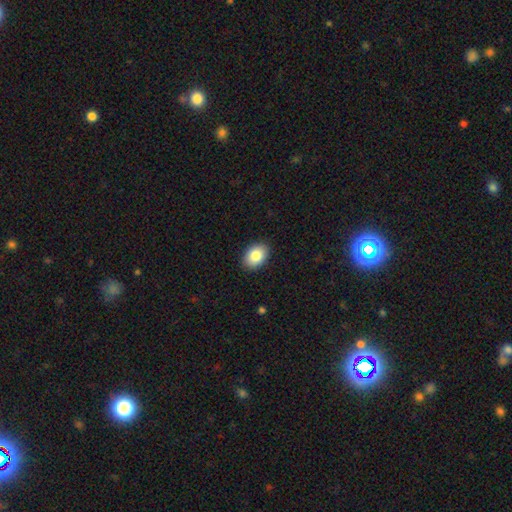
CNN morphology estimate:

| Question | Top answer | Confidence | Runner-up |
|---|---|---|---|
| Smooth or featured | smooth | 85% | featured or disk (8%) |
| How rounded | in between | 80% | round (19%) |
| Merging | none | 90% | minor disturbance (7%) |